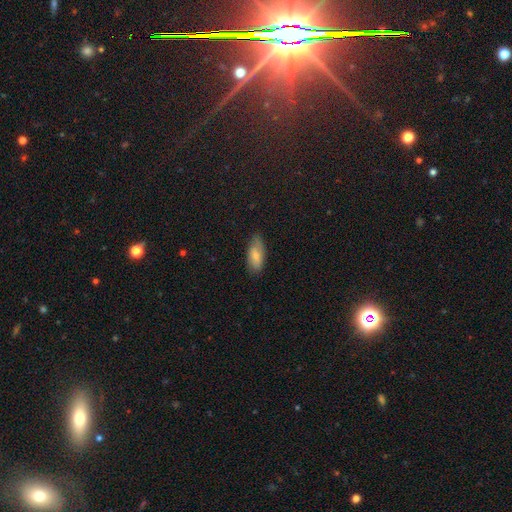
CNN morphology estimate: Q: Smooth or featured?
A: smooth (76%); runner-up: featured or disk (17%)
Q: How rounded?
A: in between (83%); runner-up: cigar-shaped (15%)
Q: Merging?
A: none (76%); runner-up: minor disturbance (19%)